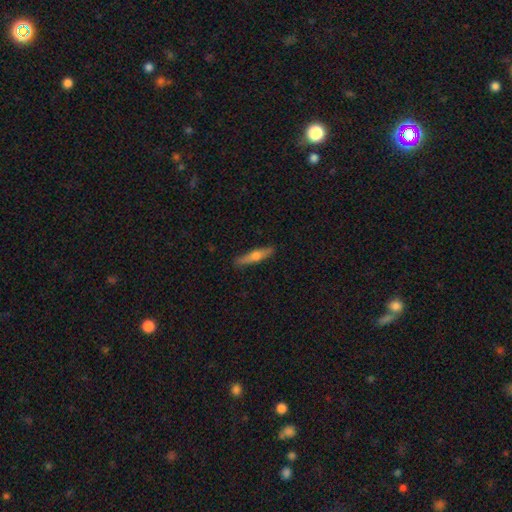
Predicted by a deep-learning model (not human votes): Q: Smooth or featured?
A: featured or disk (48%); runner-up: smooth (46%)
Q: Merging?
A: none (90%); runner-up: minor disturbance (8%)